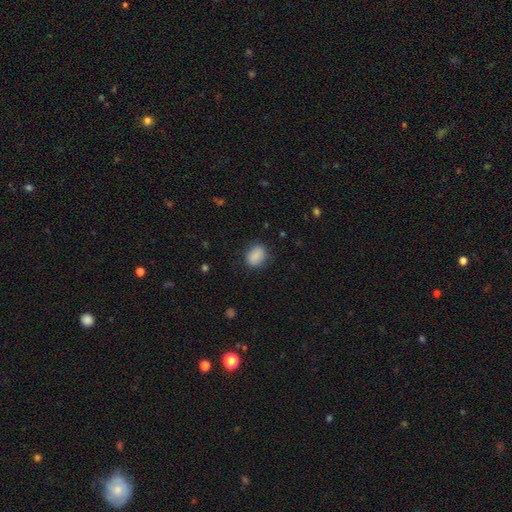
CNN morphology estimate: smooth 87%, star or artifact 8%, featured or disk 6%. Down the decision tree: how rounded — in between (60%); merging — none (79%).